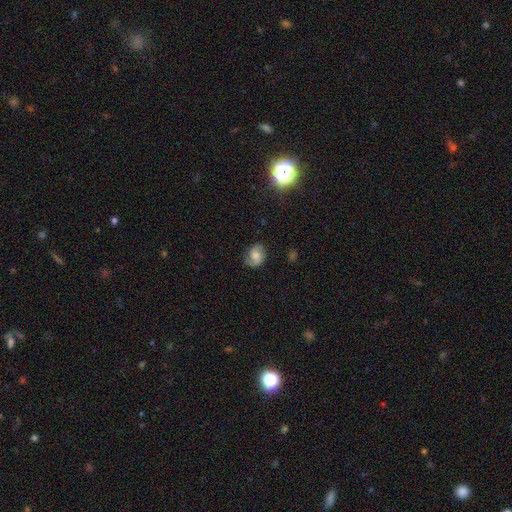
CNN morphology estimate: Smooth or featured? Predicted: featured or disk (p=0.46). Merging? Predicted: none (p=0.72).